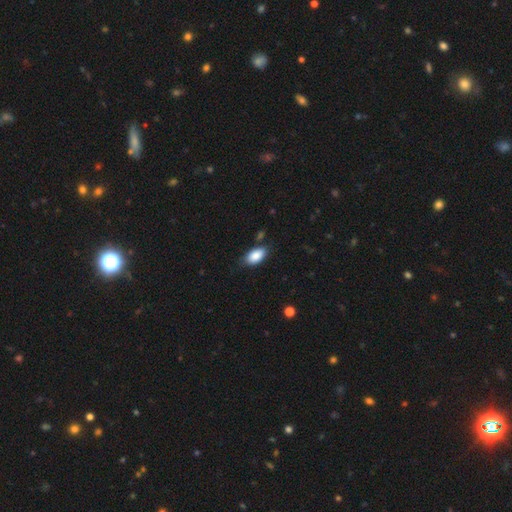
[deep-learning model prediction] Smooth or featured: smooth — 87% (star or artifact — 7%)
How rounded: in between — 93% (cigar-shaped — 3%)
Merging: none — 76% (minor disturbance — 17%)